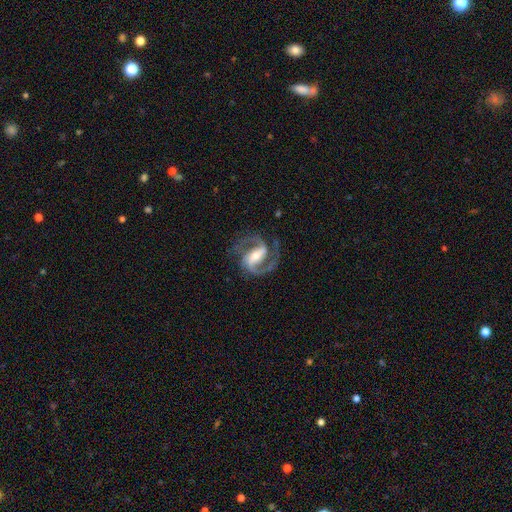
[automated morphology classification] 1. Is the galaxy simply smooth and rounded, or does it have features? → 92% featured or disk, 4% star or artifact, 4% smooth.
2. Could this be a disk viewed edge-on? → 98% no, 2% yes.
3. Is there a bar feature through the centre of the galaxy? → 56% strong, 32% weak, 12% no.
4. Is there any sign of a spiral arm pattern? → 98% yes, 2% no.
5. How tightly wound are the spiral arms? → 63% medium, 21% tight, 16% loose.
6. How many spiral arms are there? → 92% 2, 2% 1, 2% 3, 2% can't tell, 1% 4, 1% more than 4.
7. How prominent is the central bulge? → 50% moderate, 38% small, 8% large, 3% none, 1% dominant.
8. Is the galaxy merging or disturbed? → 76% none, 14% minor disturbance, 8% major disturbance, 1% merger.